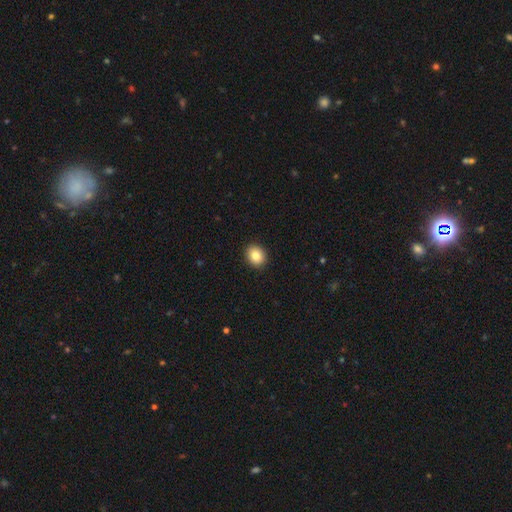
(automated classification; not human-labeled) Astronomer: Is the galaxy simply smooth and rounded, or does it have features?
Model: smooth — 85%.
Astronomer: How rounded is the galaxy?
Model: round — 62% (runner-up: in between, 37%).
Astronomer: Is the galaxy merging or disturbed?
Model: none — 92%.